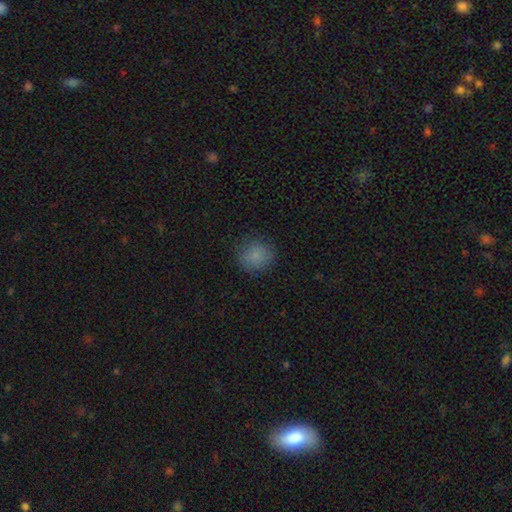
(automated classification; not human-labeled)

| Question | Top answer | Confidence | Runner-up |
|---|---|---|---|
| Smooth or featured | smooth | 83% | star or artifact (11%) |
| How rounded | round | 82% | in between (17%) |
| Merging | none | 82% | minor disturbance (14%) |